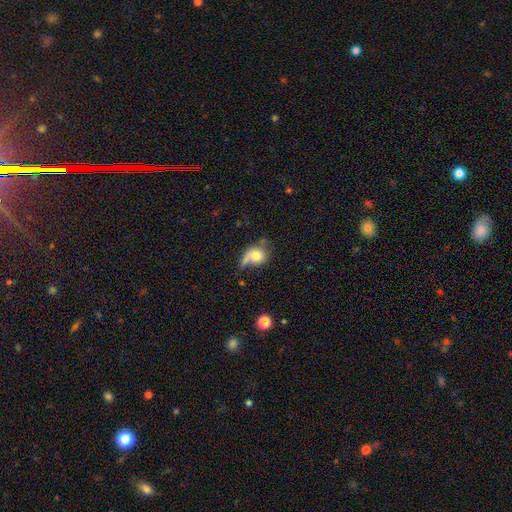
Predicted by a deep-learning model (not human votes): Smooth or featured?
  - smooth: 68% *
  - featured or disk: 23%
  - star or artifact: 9%
How rounded?
  - round: 65% *
  - in between: 34%
  - cigar-shaped: 2%
Merging?
  - none: 35% *
  - minor disturbance: 26%
  - major disturbance: 24%
  - merger: 14%